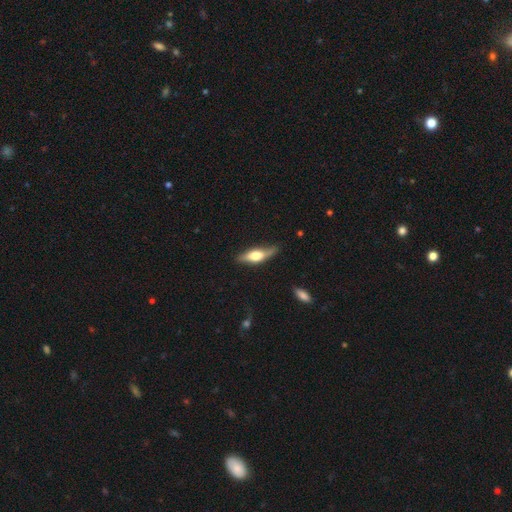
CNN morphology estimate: featured or disk 50%, smooth 44%, star or artifact 6%. Down the decision tree: merging — none (72%).